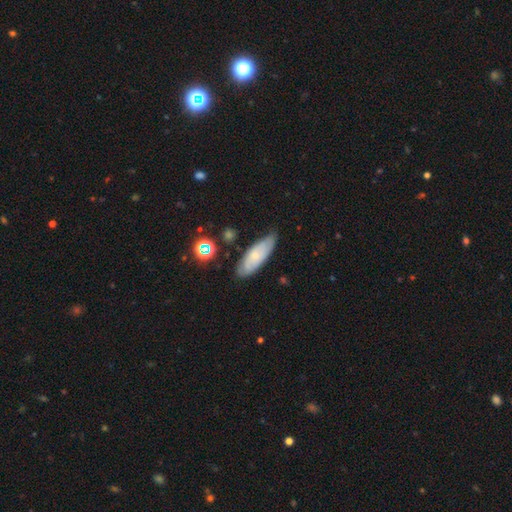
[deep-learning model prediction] Smooth or featured? smooth (55%)
How rounded? in between (65%)
Merging? none (70%)